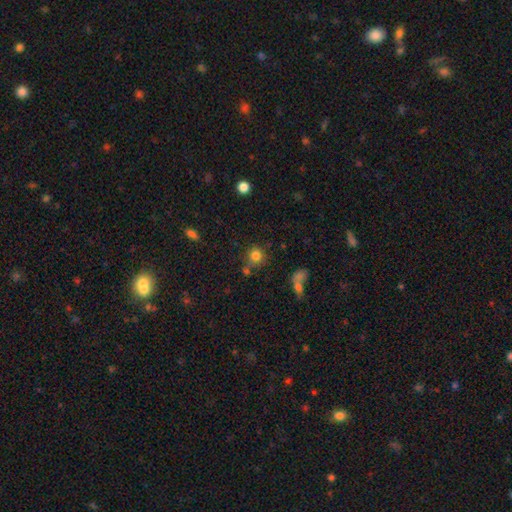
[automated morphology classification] smooth_or_featured: smooth (p=0.80) [alt: star or artifact p=0.13]
how_rounded: round (p=0.87) [alt: in between p=0.12]
merging: none (p=0.67) [alt: minor disturbance p=0.14]